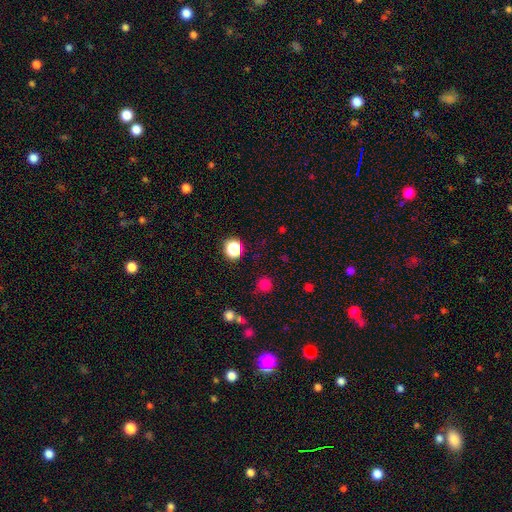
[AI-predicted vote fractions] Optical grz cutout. It shows a smooth galaxy with no disk features (55%) that is round (89%). Merging: none (82%).